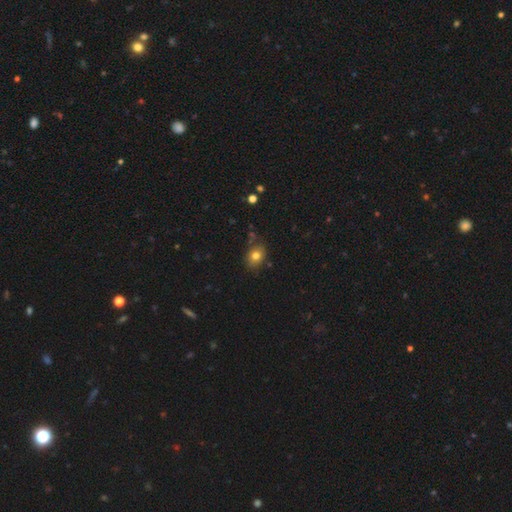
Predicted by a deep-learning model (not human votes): The model was most divided on "how rounded": in between: 56%, round: 43%, cigar-shaped: 1%. More confident: smooth or featured — smooth (79%); merging — none (74%).